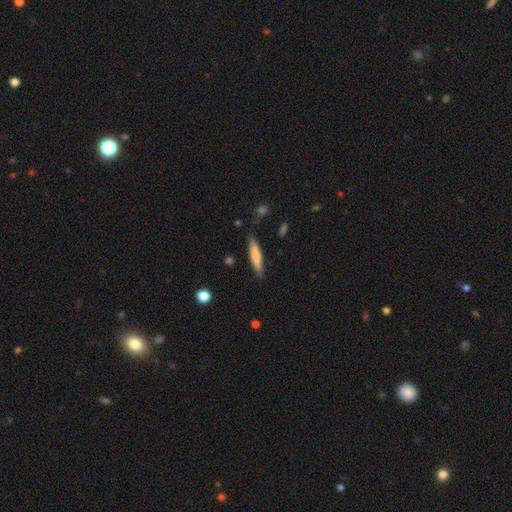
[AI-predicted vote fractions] The model was most divided on "smooth or featured": smooth: 73%, featured or disk: 21%, star or artifact: 6%. More confident: how rounded — cigar-shaped (89%); merging — none (86%).